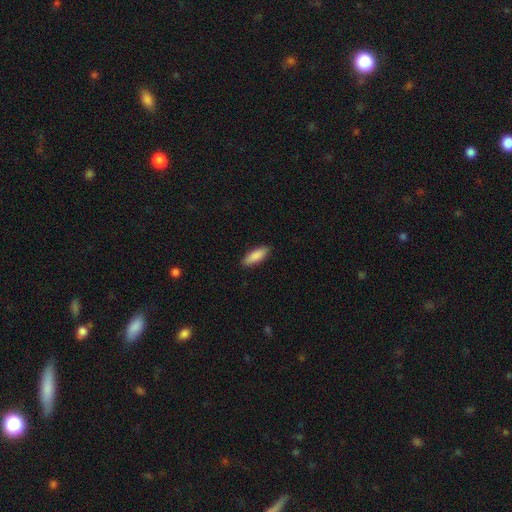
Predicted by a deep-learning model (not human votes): Smooth or featured? smooth (88%)
How rounded? in between (64%)
Merging? none (88%)